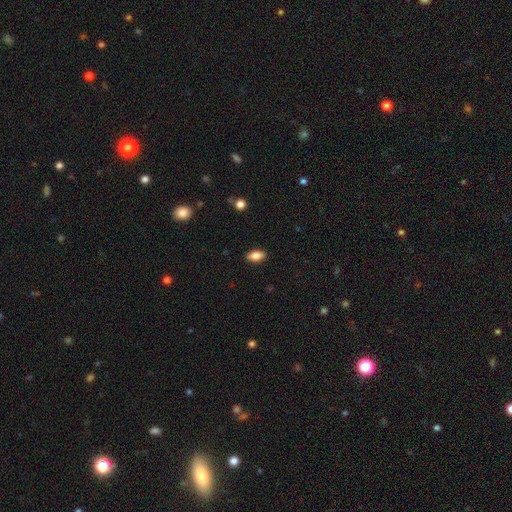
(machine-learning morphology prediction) smooth-or-featured: smooth: 84% | featured or disk: 8% | star or artifact: 8%
  how-rounded: in between: 90% | cigar-shaped: 6% | round: 4%
  merging: none: 89% | minor disturbance: 8% | major disturbance: 2% | merger: 1%